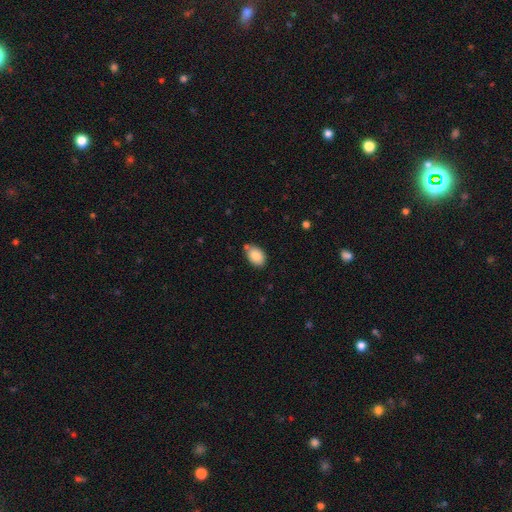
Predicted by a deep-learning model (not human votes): This is clearly a smooth galaxy (86%). How rounded: clearly in between (86%). Merging: likely none (72%).